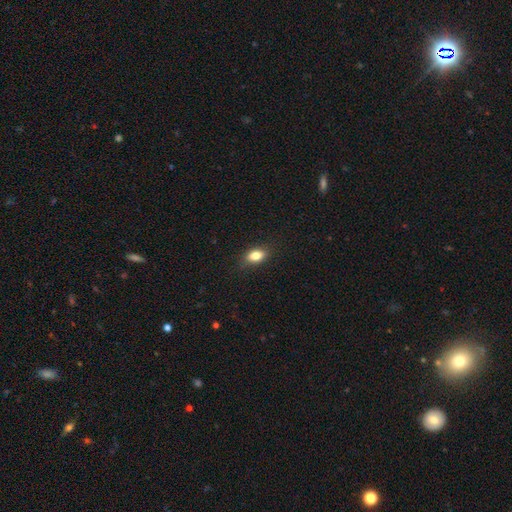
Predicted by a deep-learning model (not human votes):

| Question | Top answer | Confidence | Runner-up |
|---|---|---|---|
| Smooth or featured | smooth | 82% | featured or disk (9%) |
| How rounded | in between | 82% | round (13%) |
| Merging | none | 84% | minor disturbance (13%) |